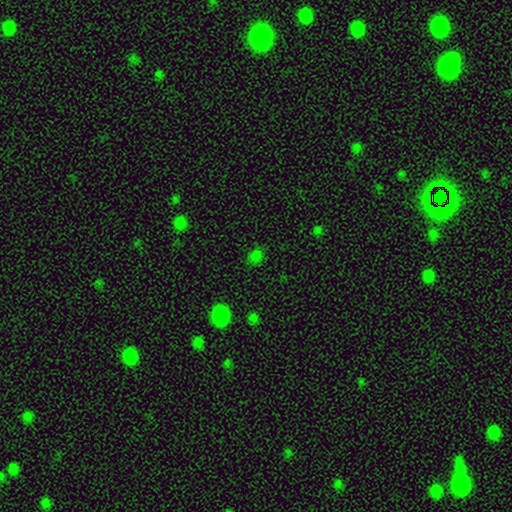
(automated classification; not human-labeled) Overall: smooth (66%; star or artifact 29%). How rounded: round (53%; in between 45%). Merging: none (81%).